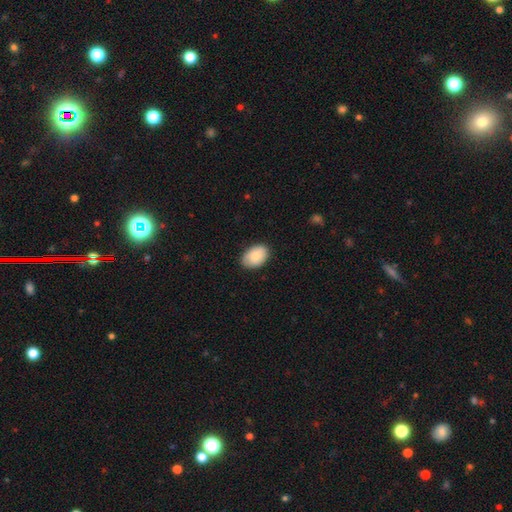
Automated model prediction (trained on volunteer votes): smooth_or_featured: smooth (p=0.89) [alt: star or artifact p=0.06]
how_rounded: in between (p=0.88) [alt: round p=0.11]
merging: none (p=0.85) [alt: minor disturbance p=0.12]